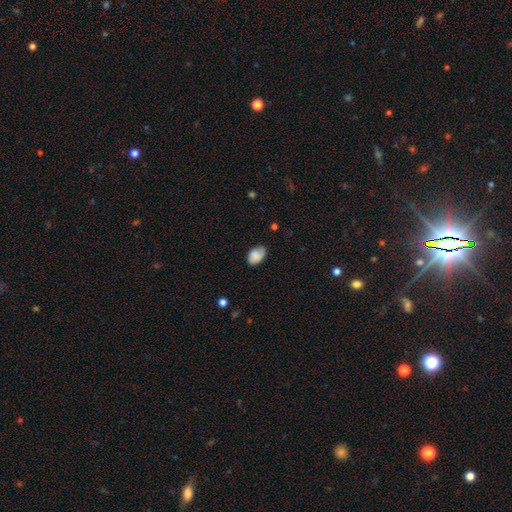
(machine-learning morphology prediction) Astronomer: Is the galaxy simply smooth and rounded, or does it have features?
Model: smooth — 81%.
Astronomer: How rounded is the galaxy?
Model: in between — 87%.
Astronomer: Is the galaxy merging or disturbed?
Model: none — 70%.